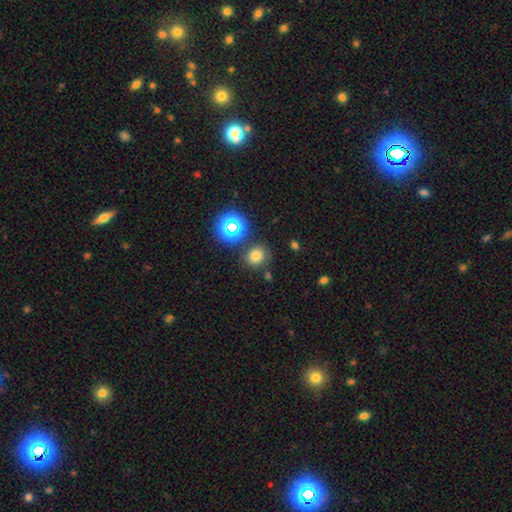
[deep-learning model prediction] Overall: smooth (71%). How rounded: round (82%). Merging: none (78%).